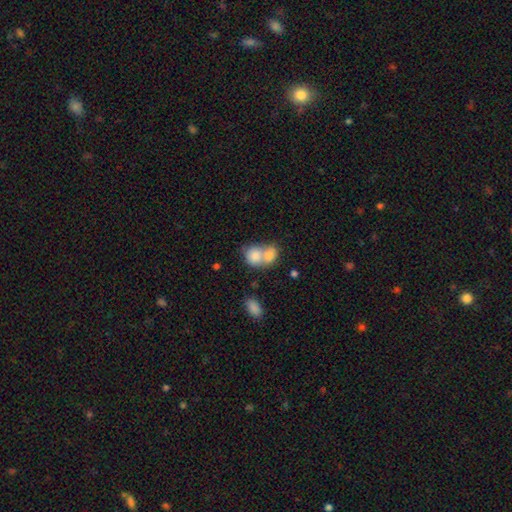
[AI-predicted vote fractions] This is likely a smooth galaxy (78%). How rounded: possibly round (56%). Merging: likely merger (70%).